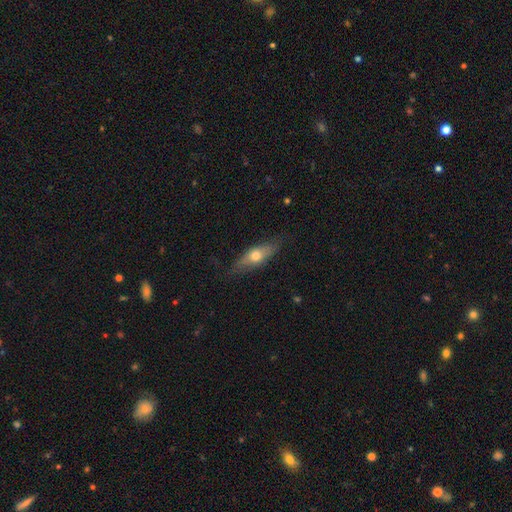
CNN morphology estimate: Q: Smooth or featured?
A: smooth (54%); runner-up: featured or disk (39%)
Q: How rounded?
A: in between (56%); runner-up: cigar-shaped (40%)
Q: Merging?
A: none (75%); runner-up: minor disturbance (19%)